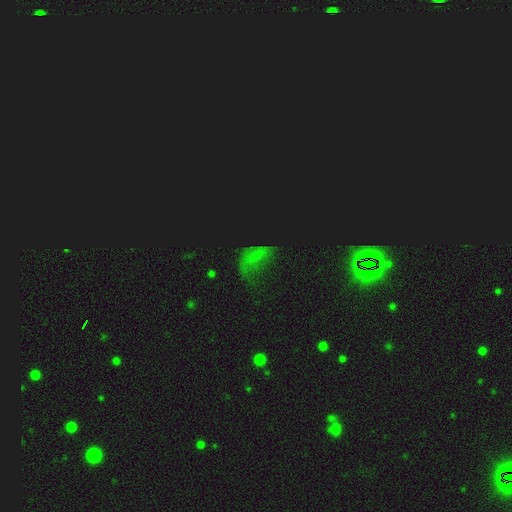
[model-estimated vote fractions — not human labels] smooth-or-featured: star or artifact: 53% | smooth: 27% | featured or disk: 20%